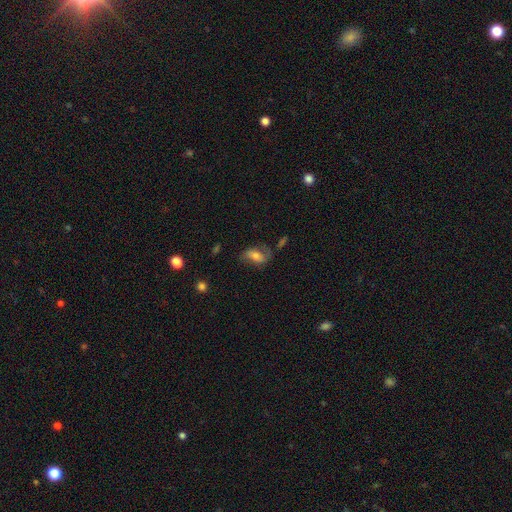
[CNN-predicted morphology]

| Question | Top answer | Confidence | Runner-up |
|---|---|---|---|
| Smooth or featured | smooth | 46% | featured or disk (44%) |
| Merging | none | 54% | minor disturbance (24%) |